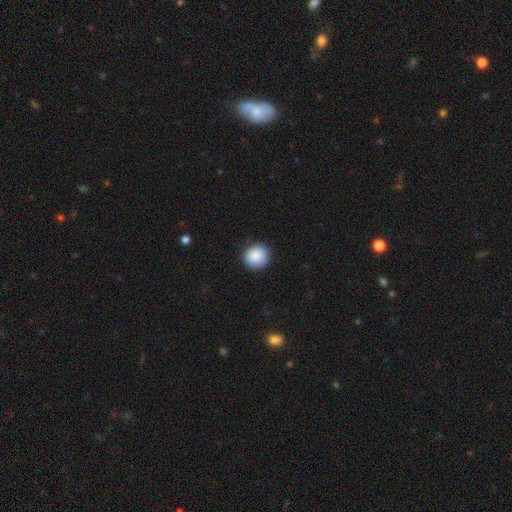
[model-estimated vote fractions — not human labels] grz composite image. It shows a smooth galaxy with no disk features (88%) that is round (89%). Merging: none (89%).